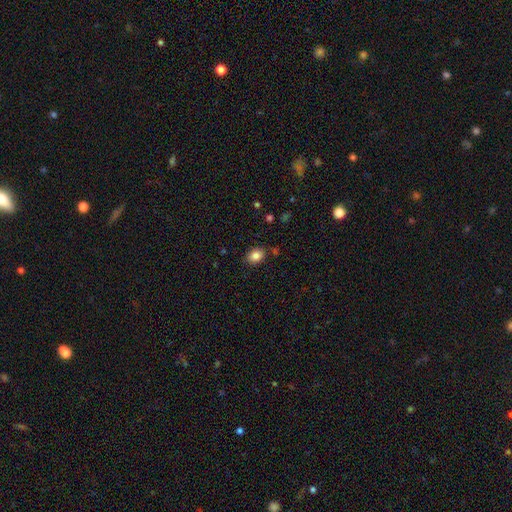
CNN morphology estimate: smooth 84%, star or artifact 9%, featured or disk 6%. Down the decision tree: how rounded — in between (69%); merging — none (83%).